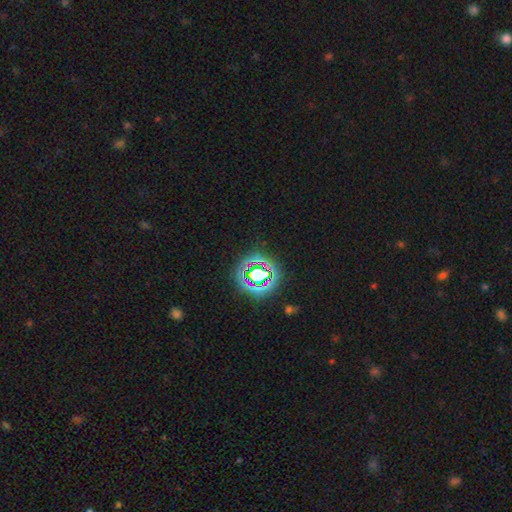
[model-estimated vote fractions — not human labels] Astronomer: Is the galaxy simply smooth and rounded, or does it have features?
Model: star or artifact — 75%.